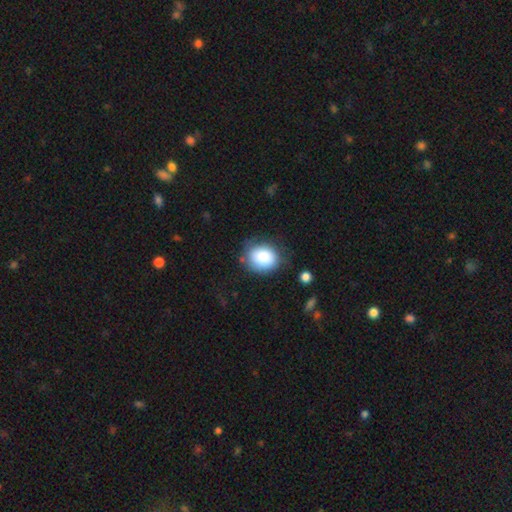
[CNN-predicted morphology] smooth-or-featured: smooth: 85% | star or artifact: 8% | featured or disk: 7%
  how-rounded: round: 59% | in between: 40% | cigar-shaped: 1%
  merging: none: 72% | minor disturbance: 19% | major disturbance: 6% | merger: 3%